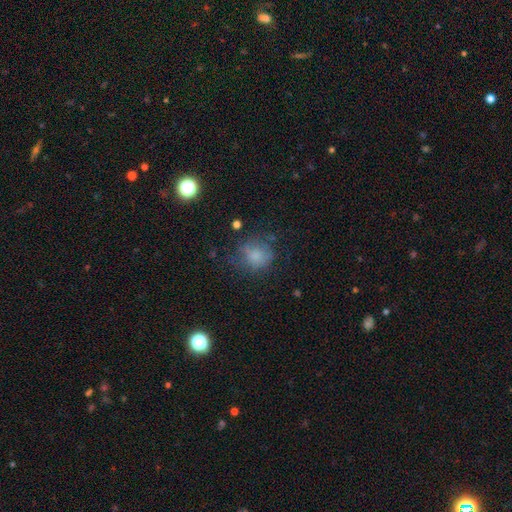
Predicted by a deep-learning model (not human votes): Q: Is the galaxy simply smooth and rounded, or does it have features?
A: smooth — 73%.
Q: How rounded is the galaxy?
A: round — 76%.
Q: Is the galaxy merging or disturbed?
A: none — 55%.